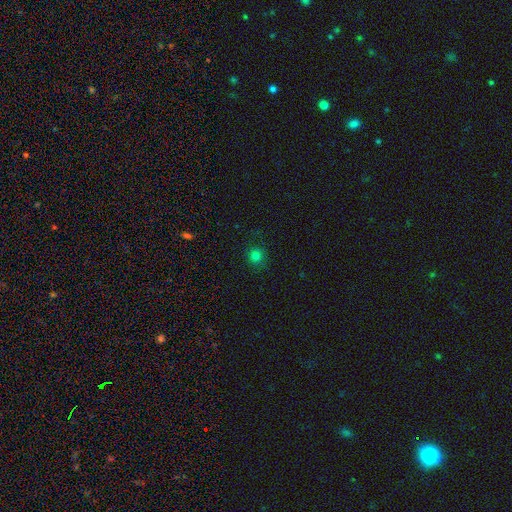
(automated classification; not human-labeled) Morphology: type=smooth (78%); roundness=round (91%); merging=none (87%).